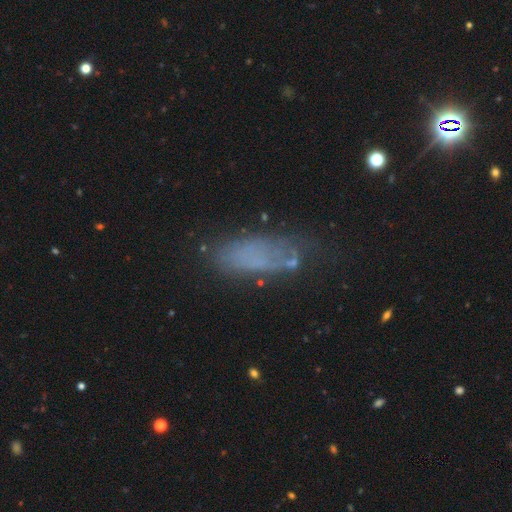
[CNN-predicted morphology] This appears to be a smooth galaxy with no disk features (59%) that is in between round and cigar-shaped (68%). Merging: none (56%).